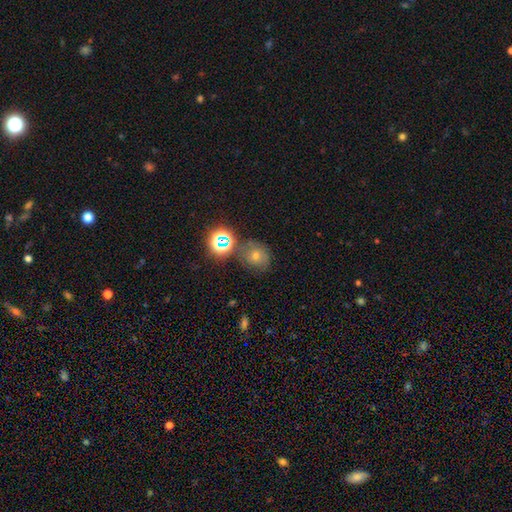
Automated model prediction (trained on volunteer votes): Smooth or featured?
  - smooth: 45% *
  - star or artifact: 38%
  - featured or disk: 17%
Merging?
  - none: 74% *
  - minor disturbance: 13%
  - merger: 8%
  - major disturbance: 5%